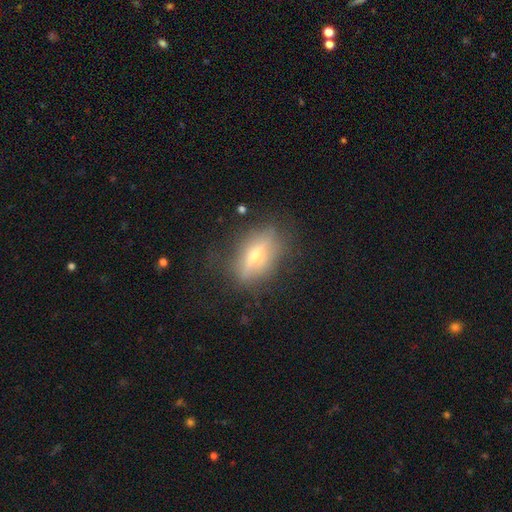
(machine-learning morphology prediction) This appears to be a featured or disk galaxy (59%) viewed edge-on (77%). Merging: none (74%).